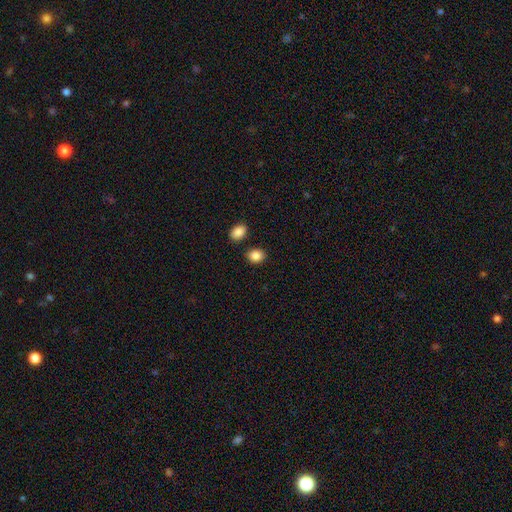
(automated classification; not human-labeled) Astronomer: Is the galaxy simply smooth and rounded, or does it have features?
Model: smooth — 87%.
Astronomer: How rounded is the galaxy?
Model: in between — 52% (runner-up: round, 47%).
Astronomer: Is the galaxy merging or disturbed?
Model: none — 81%.